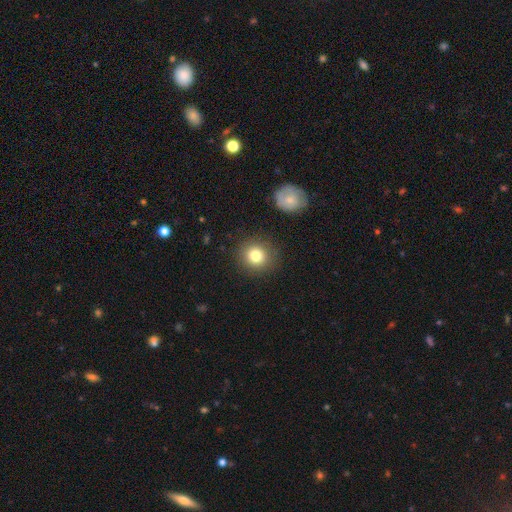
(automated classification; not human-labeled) The model was most divided on "smooth or featured": smooth: 80%, star or artifact: 11%, featured or disk: 9%. More confident: how rounded — round (87%); merging — none (87%).